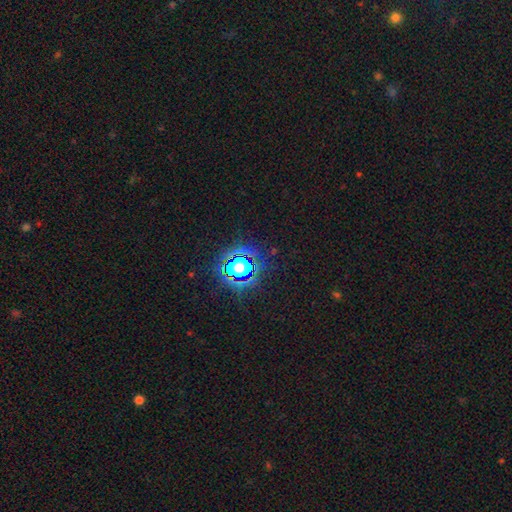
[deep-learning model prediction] Smooth or featured? star or artifact (81%)